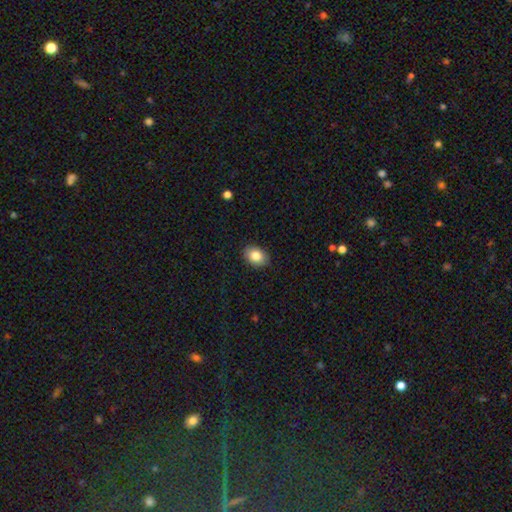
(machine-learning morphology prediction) smooth-or-featured: smooth: 84% | star or artifact: 8% | featured or disk: 8%
  how-rounded: in between: 72% | round: 27% | cigar-shaped: 1%
  merging: none: 89% | minor disturbance: 8% | major disturbance: 2% | merger: 1%